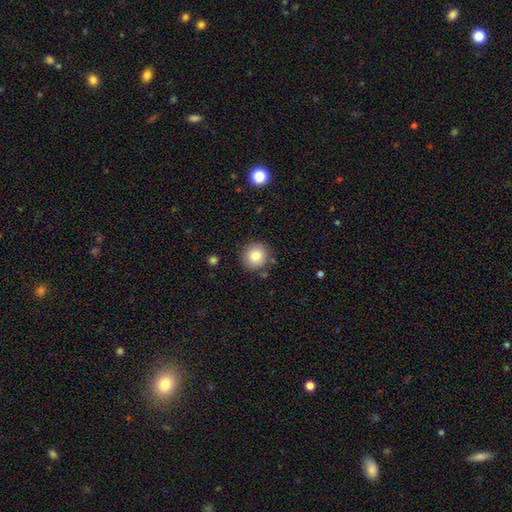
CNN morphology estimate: The model was most divided on "smooth or featured": smooth: 83%, star or artifact: 9%, featured or disk: 8%. More confident: how rounded — round (91%); merging — none (86%).